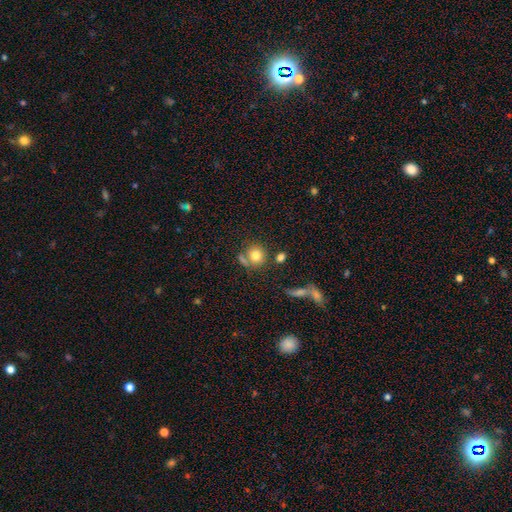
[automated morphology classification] Smooth or featured: smooth — 78% (featured or disk — 12%)
How rounded: round — 87% (in between — 12%)
Merging: none — 63% (merger — 20%)